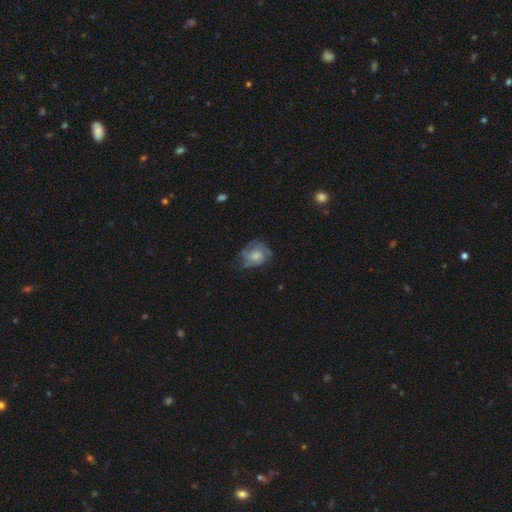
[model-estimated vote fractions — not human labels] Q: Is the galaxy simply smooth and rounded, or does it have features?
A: featured or disk — 62%.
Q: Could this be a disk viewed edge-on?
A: no — 97%.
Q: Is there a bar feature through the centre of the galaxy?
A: no — 73%.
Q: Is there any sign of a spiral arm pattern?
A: yes — 86%.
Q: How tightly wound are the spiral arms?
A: tight — 44%.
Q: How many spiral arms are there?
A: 3 — 33%.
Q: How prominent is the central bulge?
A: moderate — 47%.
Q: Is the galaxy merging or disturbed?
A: none — 61%.